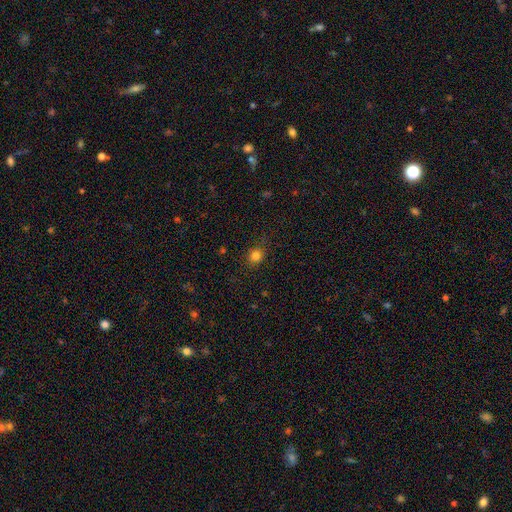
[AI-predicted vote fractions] Smooth or featured?
  - smooth: 81% *
  - star or artifact: 14%
  - featured or disk: 5%
How rounded?
  - round: 75% *
  - in between: 24%
  - cigar-shaped: 1%
Merging?
  - none: 84% *
  - minor disturbance: 12%
  - major disturbance: 3%
  - merger: 1%